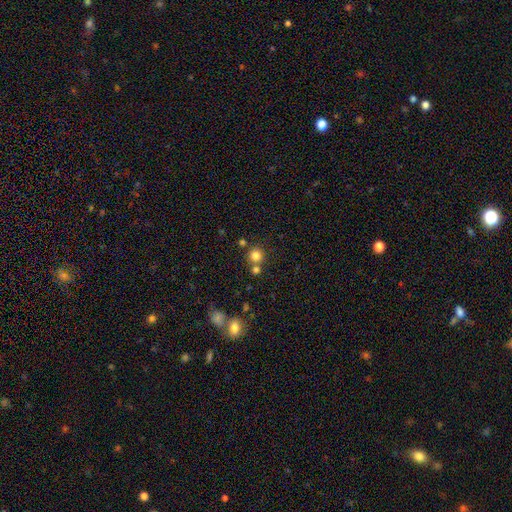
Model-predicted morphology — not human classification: smooth_or_featured: smooth (p=0.80) [alt: star or artifact p=0.13]
how_rounded: round (p=0.92) [alt: in between p=0.07]
merging: none (p=0.67) [alt: merger p=0.22]